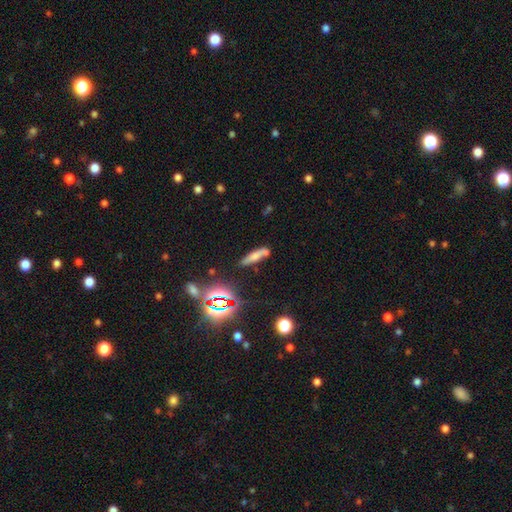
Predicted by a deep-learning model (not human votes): Q: Smooth or featured?
A: smooth (56%); runner-up: featured or disk (26%)
Q: How rounded?
A: cigar-shaped (72%); runner-up: in between (24%)
Q: Merging?
A: none (64%); runner-up: minor disturbance (19%)